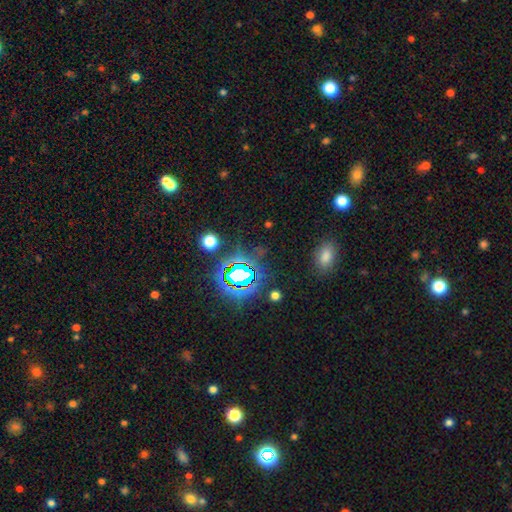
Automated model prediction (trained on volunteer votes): Smooth or featured? Predicted: star or artifact (p=0.69).